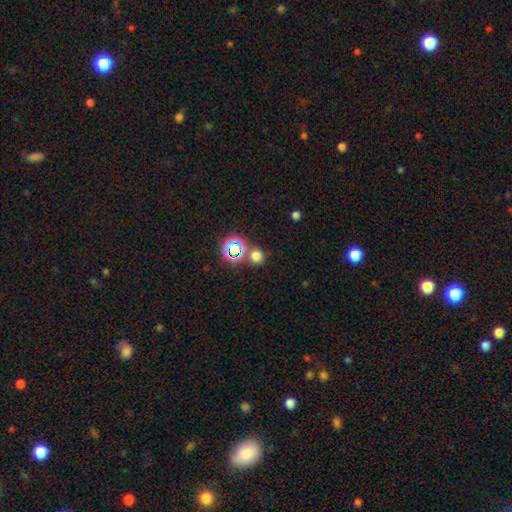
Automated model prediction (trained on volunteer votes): Overall: smooth (65%; star or artifact 29%). How rounded: round (86%). Merging: none (73%).